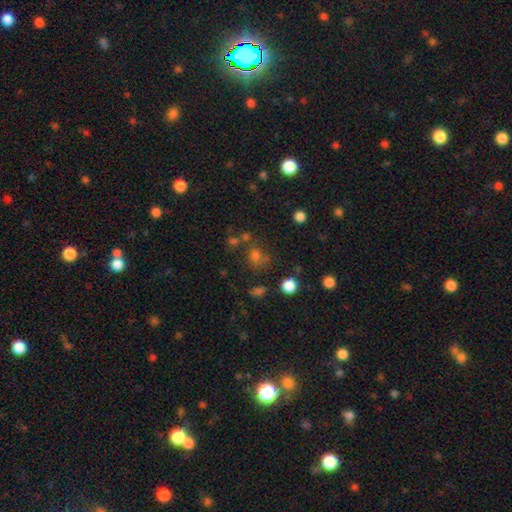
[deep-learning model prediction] Smooth or featured? smooth (62%)
How rounded? round (77%)
Merging? none (62%)